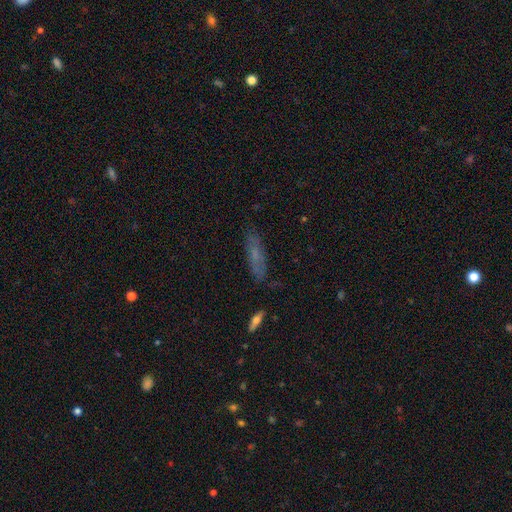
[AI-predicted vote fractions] A smooth galaxy with no disk features (57%) that is cigar-shaped (67%). Merging: none (80%).